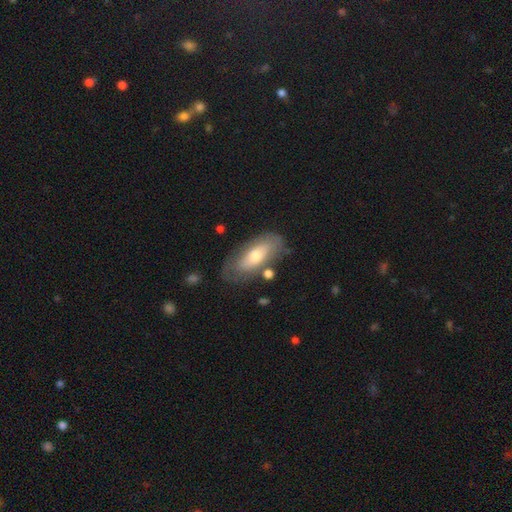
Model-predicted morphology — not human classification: Smooth or featured: smooth — 55% (featured or disk — 39%)
How rounded: in between — 81% (cigar-shaped — 16%)
Merging: none — 69% (minor disturbance — 20%)